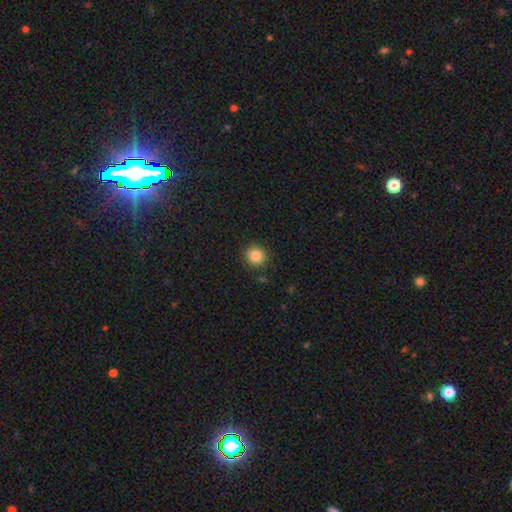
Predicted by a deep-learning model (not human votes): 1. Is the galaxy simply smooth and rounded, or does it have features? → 85% smooth, 10% star or artifact, 5% featured or disk.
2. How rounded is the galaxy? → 92% round, 7% in between, 1% cigar-shaped.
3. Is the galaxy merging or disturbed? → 89% none, 7% minor disturbance, 2% major disturbance, 2% merger.